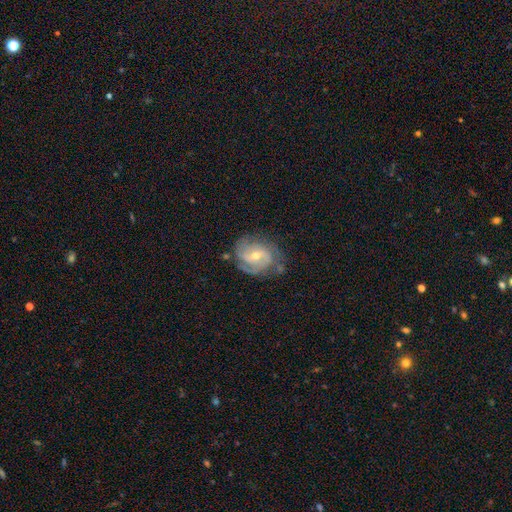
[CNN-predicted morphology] type=featured or disk (83%); edge-on=no (97%); bar=weak (47%); spiral arms=yes (94%); winding=tight (46%); arm count=2 (40%); bulge=moderate (50%); merging=none (62%).